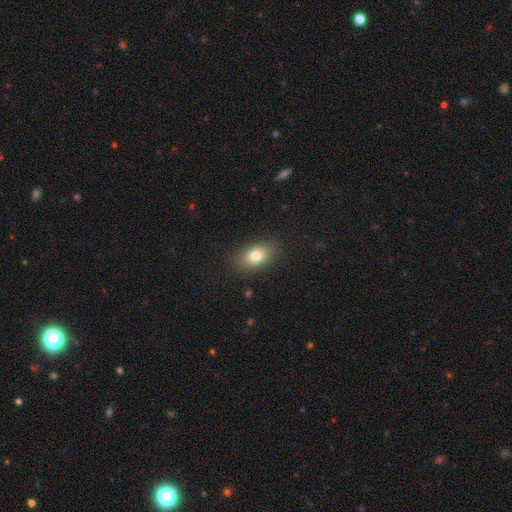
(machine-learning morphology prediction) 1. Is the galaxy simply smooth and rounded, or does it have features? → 80% smooth, 11% featured or disk, 9% star or artifact.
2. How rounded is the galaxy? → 84% in between, 14% round, 2% cigar-shaped.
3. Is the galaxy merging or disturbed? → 86% none, 10% minor disturbance, 3% major disturbance, 1% merger.